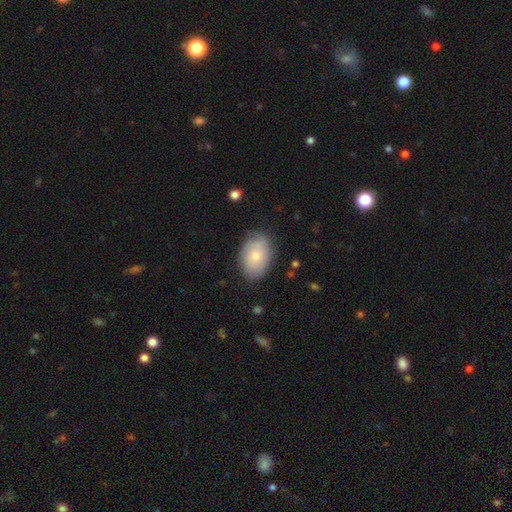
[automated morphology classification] Smooth or featured: smooth — 56% (featured or disk — 37%)
How rounded: in between — 85% (round — 14%)
Merging: none — 74% (minor disturbance — 20%)